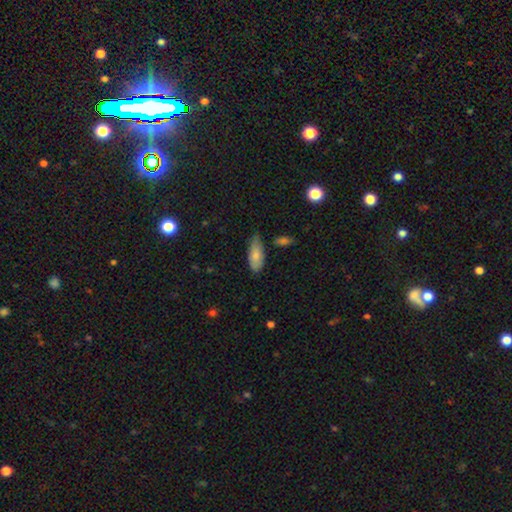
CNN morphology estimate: Q: Smooth or featured?
A: smooth (79%); runner-up: featured or disk (15%)
Q: How rounded?
A: in between (86%); runner-up: cigar-shaped (12%)
Q: Merging?
A: none (58%); runner-up: minor disturbance (33%)